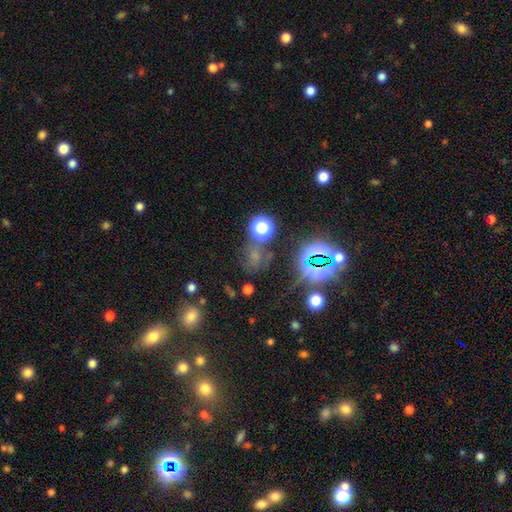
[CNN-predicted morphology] This is possibly a star or artifact rather than a galaxy (48%).